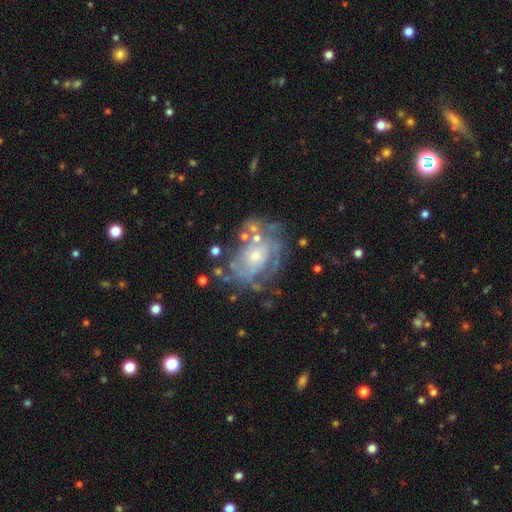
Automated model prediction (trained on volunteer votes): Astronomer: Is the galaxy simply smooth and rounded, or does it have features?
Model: featured or disk — 78%.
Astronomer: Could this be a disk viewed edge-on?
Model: no — 97%.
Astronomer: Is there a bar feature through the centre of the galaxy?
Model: no — 77%.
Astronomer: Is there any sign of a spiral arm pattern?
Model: yes — 77%.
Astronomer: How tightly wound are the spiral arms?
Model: tight — 57%.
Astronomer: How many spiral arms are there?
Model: can't tell — 53%.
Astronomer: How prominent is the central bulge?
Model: small — 53% (runner-up: moderate, 40%).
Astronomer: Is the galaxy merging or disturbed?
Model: none — 60%.